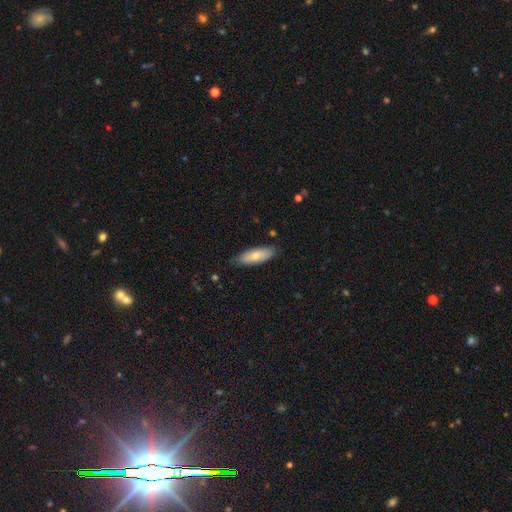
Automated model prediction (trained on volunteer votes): Morphology: type=smooth (73%); roundness=in between (62%); merging=none (81%).